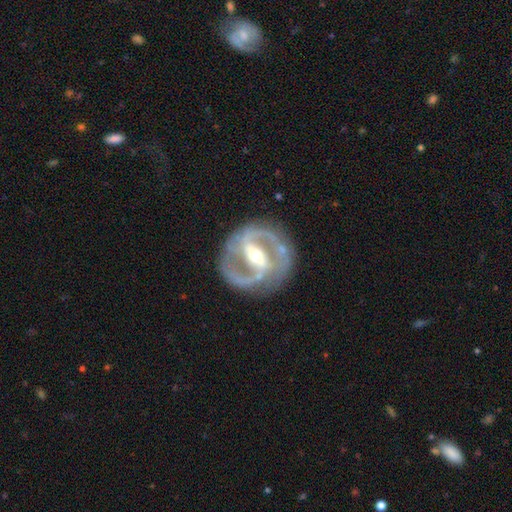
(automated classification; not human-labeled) featured or disk 90%, smooth 6%, star or artifact 5%. Down the decision tree: edge-on disk — no (97%); bar — strong (61%); spiral arms — yes (93%); spiral arm count — 2 (89%); spiral winding — medium (55%); bulge size — moderate (63%); merging — none (81%).